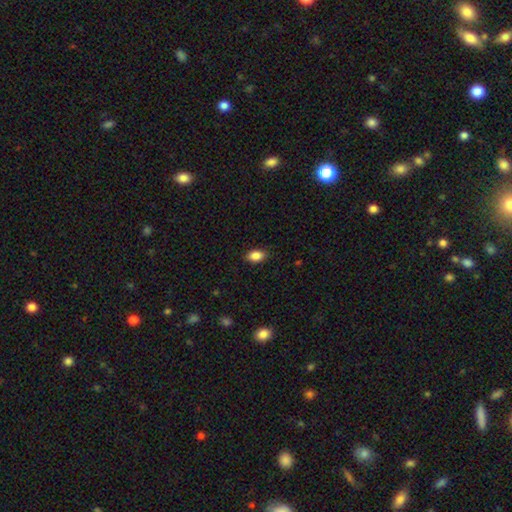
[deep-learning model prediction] The model was most divided on "how rounded": in between: 85%, round: 13%, cigar-shaped: 2%. More confident: smooth or featured — smooth (87%); merging — none (87%).